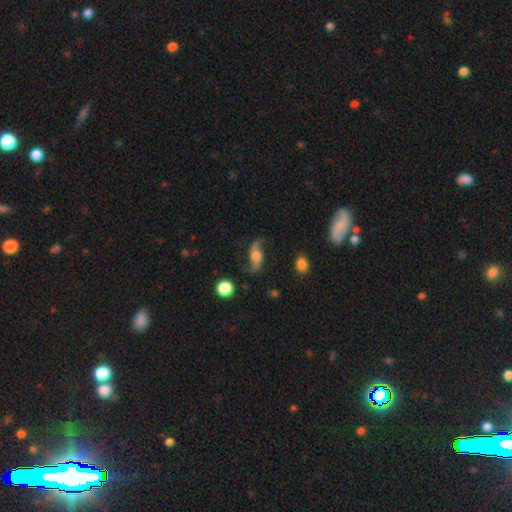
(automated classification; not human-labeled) Smooth or featured? Predicted: featured or disk (p=0.78). Edge-on disk? Predicted: no (p=0.90). Bar? Predicted: no (p=0.62). Spiral arms? Predicted: yes (p=0.94). Spiral winding? Predicted: loose (p=0.88). Spiral arm count? Predicted: 2 (p=0.93). Bulge size? Predicted: moderate (p=0.55). Merging? Predicted: none (p=0.73).